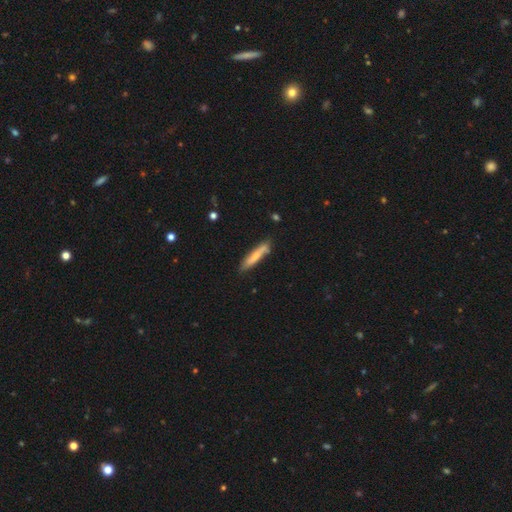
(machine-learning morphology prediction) Smooth or featured?
  - smooth: 61% *
  - featured or disk: 34%
  - star or artifact: 6%
How rounded?
  - cigar-shaped: 87% *
  - in between: 11%
  - round: 1%
Merging?
  - none: 74% *
  - minor disturbance: 18%
  - merger: 4%
  - major disturbance: 3%